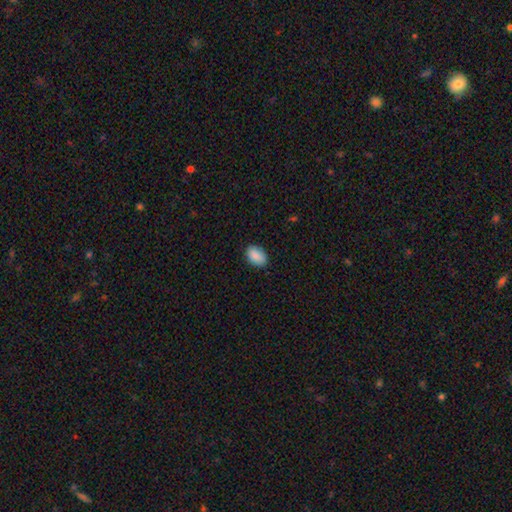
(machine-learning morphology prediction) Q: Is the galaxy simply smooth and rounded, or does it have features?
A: smooth — 89%.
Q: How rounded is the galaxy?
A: in between — 89%.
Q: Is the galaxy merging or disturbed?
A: none — 87%.